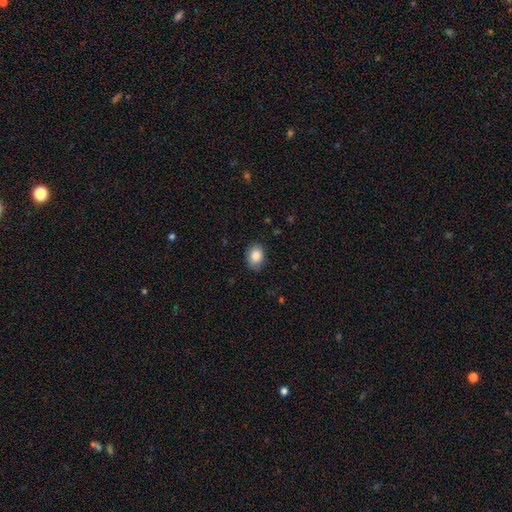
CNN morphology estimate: smooth_or_featured: smooth (p=0.87) [alt: star or artifact p=0.08]
how_rounded: in between (p=0.69) [alt: round p=0.31]
merging: none (p=0.83) [alt: minor disturbance p=0.13]